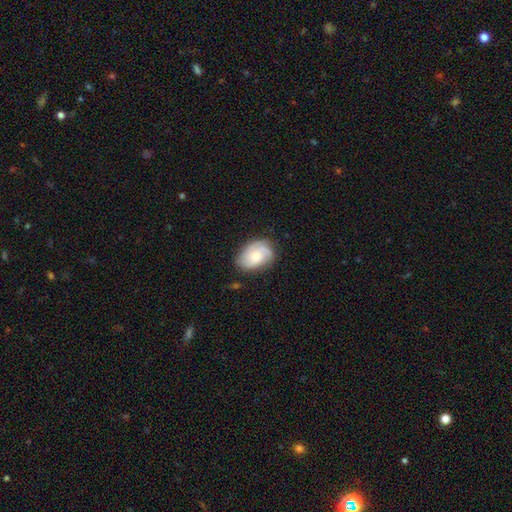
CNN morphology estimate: smooth_or_featured: featured or disk (p=0.51) [alt: smooth p=0.42]
disk_edge_on: no (p=0.96) [alt: yes p=0.04]
merging: none (p=0.68) [alt: minor disturbance p=0.24]